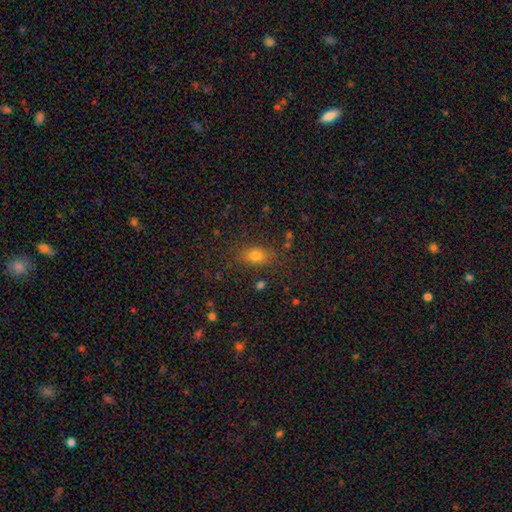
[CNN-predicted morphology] type=smooth (75%); roundness=in between (72%); merging=none (80%).